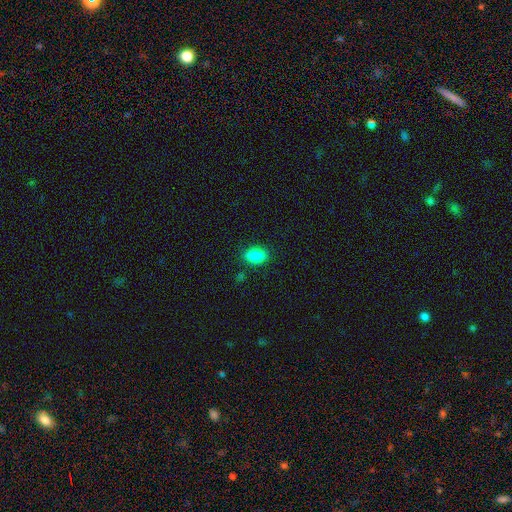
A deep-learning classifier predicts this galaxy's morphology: smooth_or_featured: smooth (p=0.86) [alt: star or artifact p=0.09]
how_rounded: in between (p=0.86) [alt: round p=0.11]
merging: none (p=0.85) [alt: minor disturbance p=0.10]